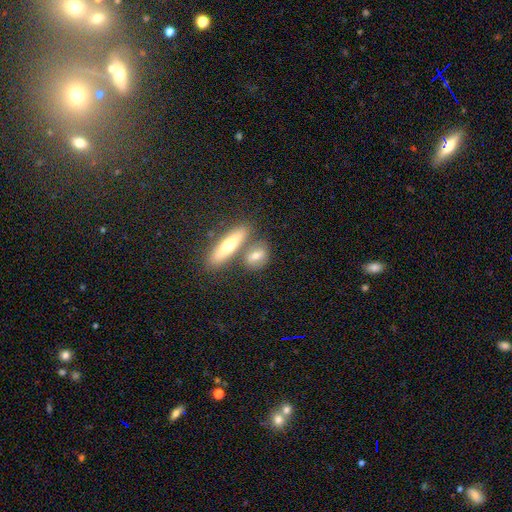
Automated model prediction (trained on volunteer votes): Morphology: type=smooth (62%); roundness=in between (55%); merging=none (61%).